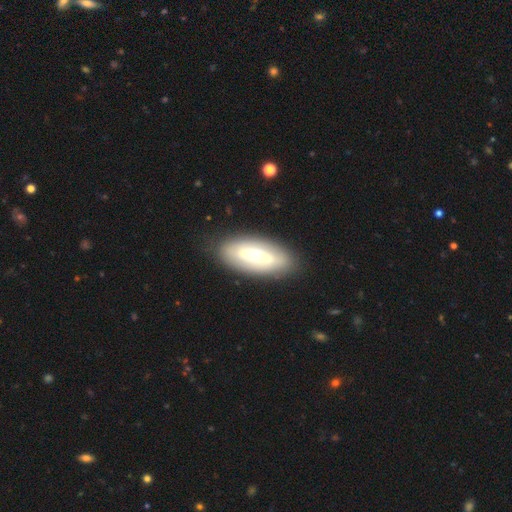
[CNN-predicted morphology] smooth-or-featured: featured or disk: 54% | smooth: 40% | star or artifact: 6%
  disk-edge-on: no: 77% | yes: 23%
  merging: none: 81% | minor disturbance: 12% | major disturbance: 4% | merger: 3%